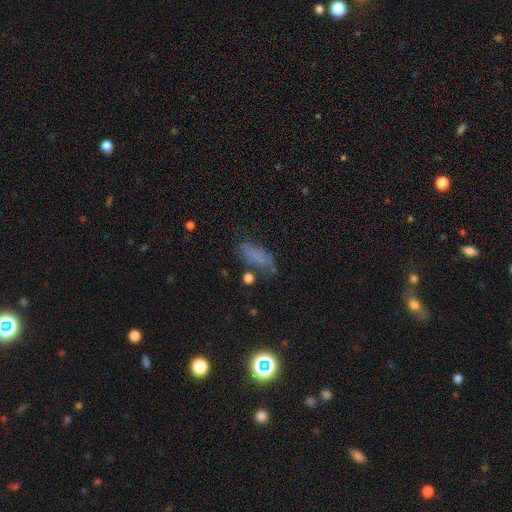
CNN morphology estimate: Smooth or featured? smooth (70%)
How rounded? in between (66%)
Merging? none (58%)